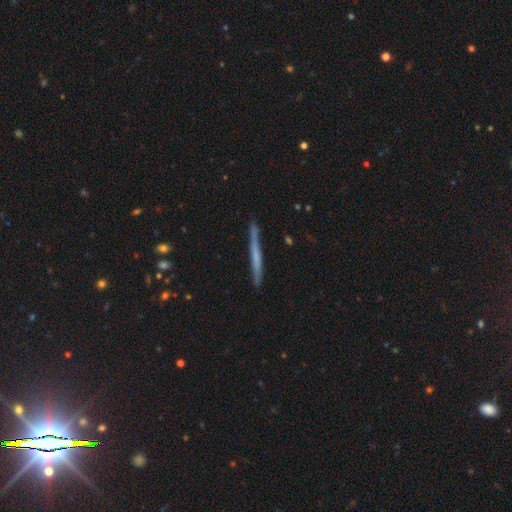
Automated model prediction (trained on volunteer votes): Smooth or featured? Predicted: featured or disk (p=0.52). Edge-on disk? Predicted: yes (p=0.97). Edge-on bulge? Predicted: none (p=0.81). Merging? Predicted: none (p=0.87).